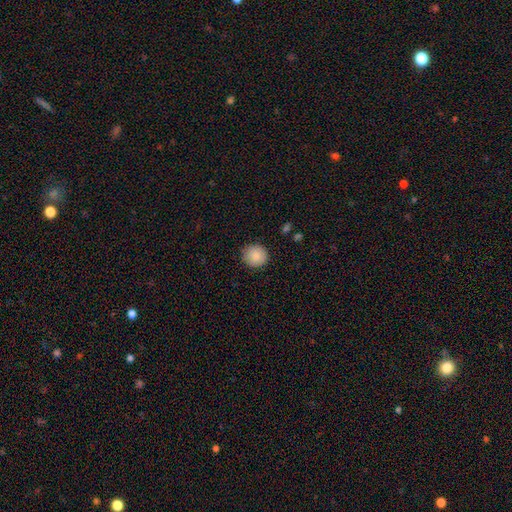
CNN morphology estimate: This is clearly a smooth galaxy (87%). How rounded: clearly round (89%). Merging: clearly none (89%).